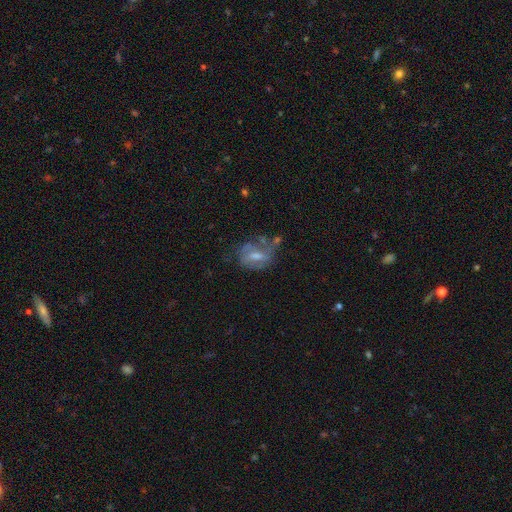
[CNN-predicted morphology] Q: Smooth or featured?
A: featured or disk (61%); runner-up: smooth (27%)
Q: Edge-on disk?
A: no (95%); runner-up: yes (5%)
Q: Bar?
A: weak (48%); runner-up: no (35%)
Q: Spiral arms?
A: yes (65%); runner-up: no (35%)
Q: Bulge size?
A: moderate (50%); runner-up: small (32%)
Q: Merging?
A: none (46%); runner-up: minor disturbance (24%)